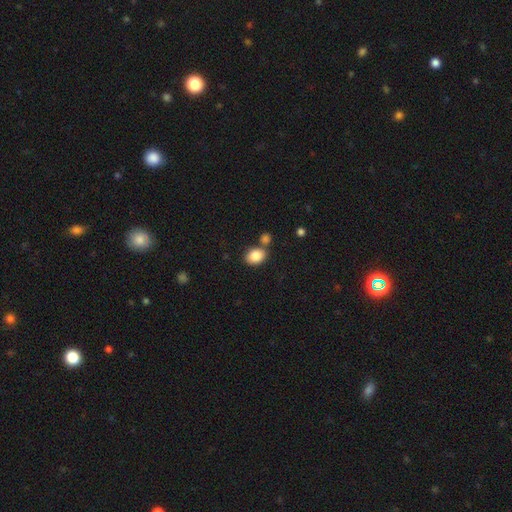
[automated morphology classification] smooth-or-featured: smooth: 85% | star or artifact: 8% | featured or disk: 7%
  how-rounded: in between: 66% | round: 33% | cigar-shaped: 1%
  merging: none: 67% | merger: 19% | minor disturbance: 11% | major disturbance: 3%